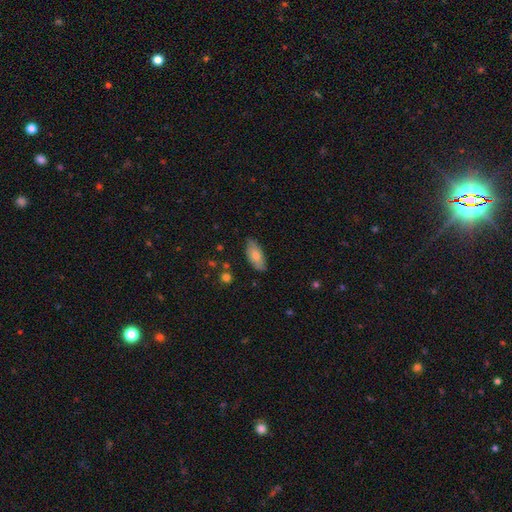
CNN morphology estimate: A smooth galaxy with no disk features (72%) that is in between round and cigar-shaped (86%).

Vote fractions:
- Smooth or featured? smooth: 72% / featured or disk: 21% / star or artifact: 7%
- How rounded? in between: 86% / cigar-shaped: 11% / round: 3%
- Merging? none: 81% / minor disturbance: 15% / major disturbance: 2% / merger: 1%